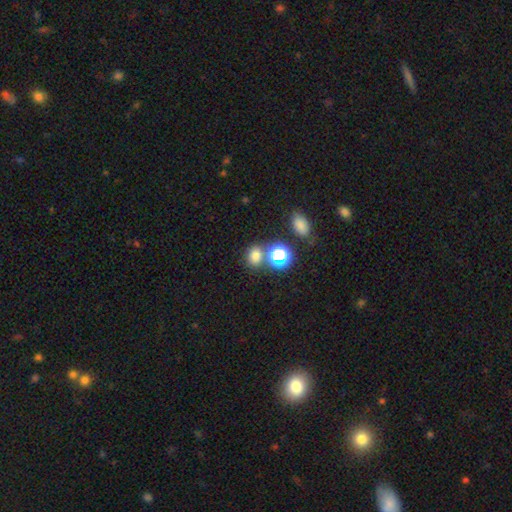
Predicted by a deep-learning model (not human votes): A smooth galaxy with no disk features (71%) that is round (56%). Merging: none (64%).